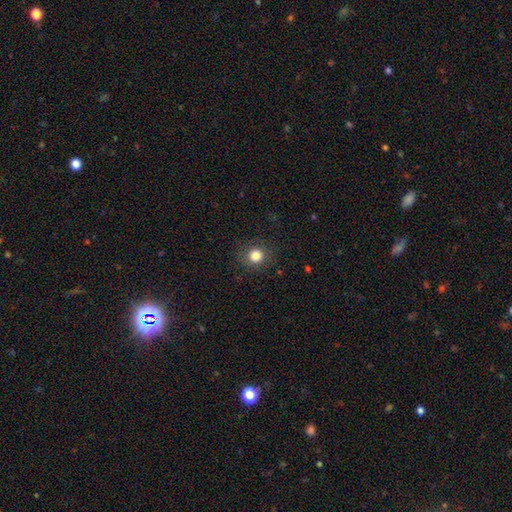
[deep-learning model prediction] smooth_or_featured: smooth (p=0.83) [alt: star or artifact p=0.12]
how_rounded: round (p=0.90) [alt: in between p=0.09]
merging: none (p=0.88) [alt: minor disturbance p=0.08]